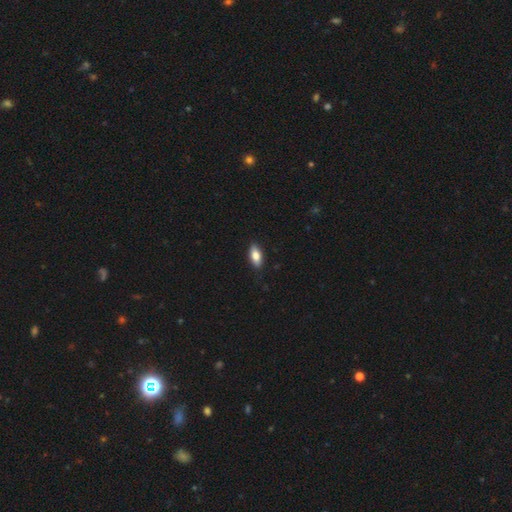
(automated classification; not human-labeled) Smooth or featured? smooth (79%)
How rounded? in between (86%)
Merging? none (89%)